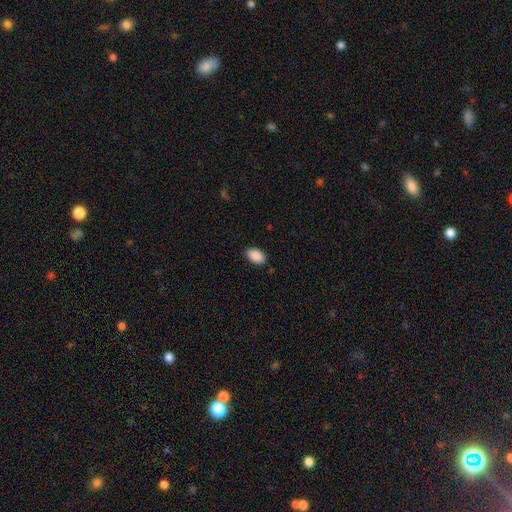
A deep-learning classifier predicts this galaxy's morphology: Overall: smooth (90%). How rounded: in between (92%). Merging: none (88%).